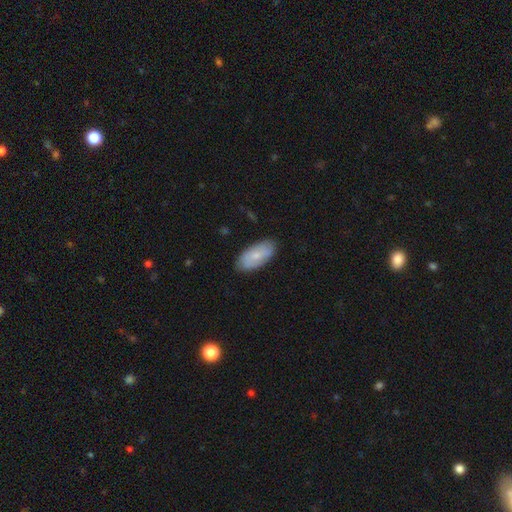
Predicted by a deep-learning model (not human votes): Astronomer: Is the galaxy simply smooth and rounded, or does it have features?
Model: smooth — 63%.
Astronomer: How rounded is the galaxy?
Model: in between — 92%.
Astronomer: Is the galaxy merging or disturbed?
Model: none — 83%.